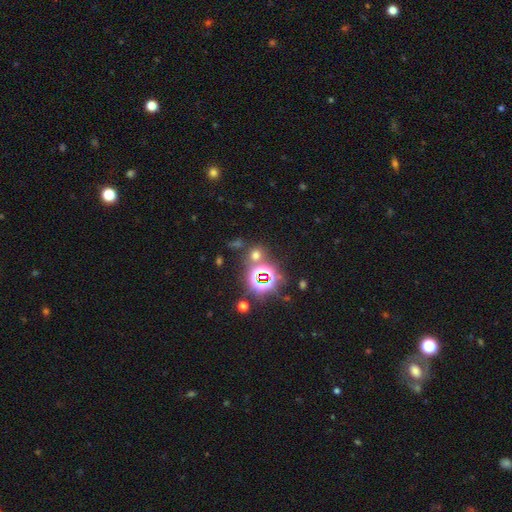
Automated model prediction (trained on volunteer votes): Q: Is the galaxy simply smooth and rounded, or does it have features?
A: star or artifact — 48%.